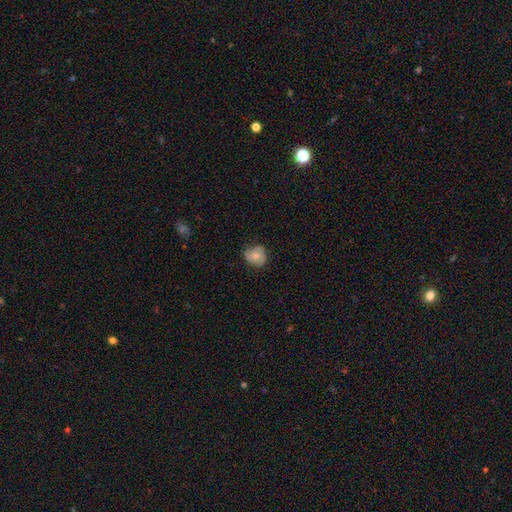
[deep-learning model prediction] Smooth or featured? Predicted: smooth (p=0.64). How rounded? Predicted: round (p=0.72). Merging? Predicted: none (p=0.58).